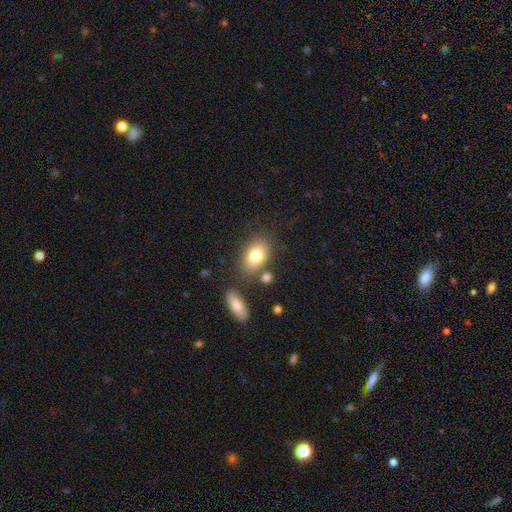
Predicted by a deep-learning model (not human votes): A smooth galaxy with no disk features (79%) that is in between round and cigar-shaped (86%). Merging: none (71%).